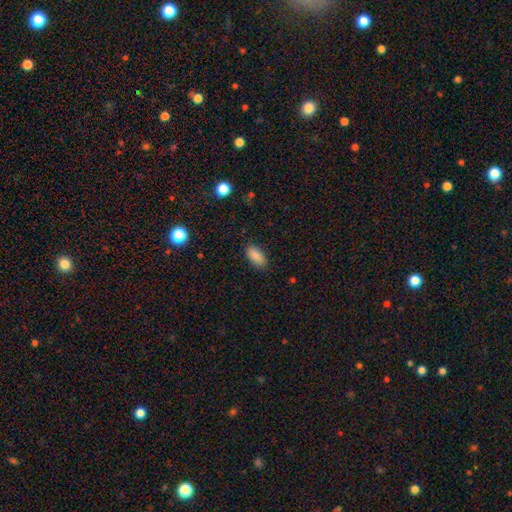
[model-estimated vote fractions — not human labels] smooth-or-featured: smooth: 88% | star or artifact: 8% | featured or disk: 4%
  how-rounded: in between: 91% | cigar-shaped: 6% | round: 3%
  merging: none: 86% | minor disturbance: 10% | major disturbance: 2% | merger: 1%